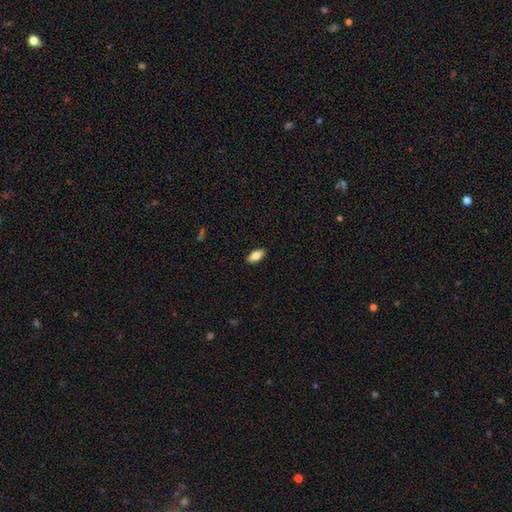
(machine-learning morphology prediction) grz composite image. It shows a smooth galaxy with no disk features (78%) that is in between round and cigar-shaped (84%). Merging: none (89%).